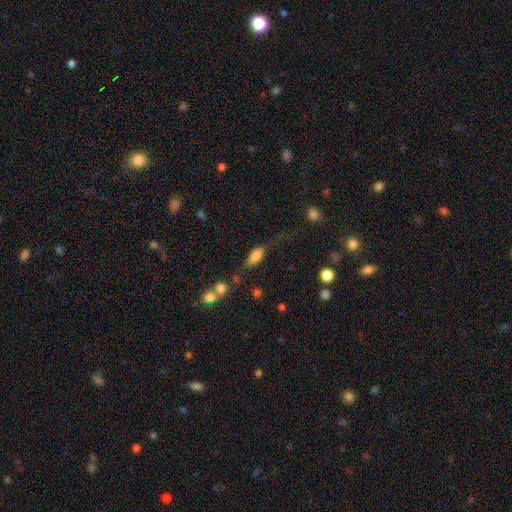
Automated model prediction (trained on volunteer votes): Smooth or featured?
  - smooth: 74% *
  - featured or disk: 18%
  - star or artifact: 9%
How rounded?
  - in between: 79% *
  - cigar-shaped: 17%
  - round: 5%
Merging?
  - none: 46% *
  - minor disturbance: 27%
  - major disturbance: 20%
  - merger: 7%